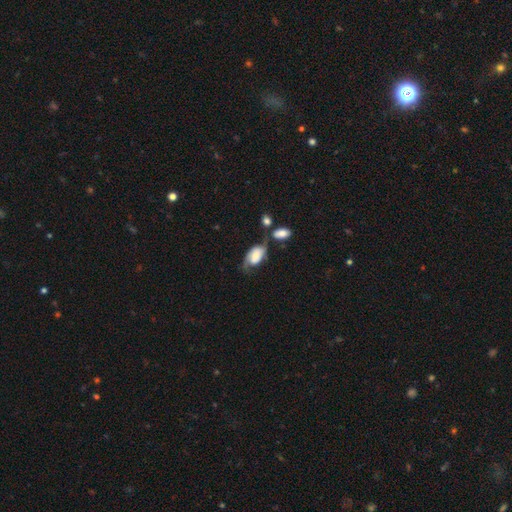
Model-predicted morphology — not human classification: smooth_or_featured: featured or disk (p=0.47) [alt: smooth p=0.46]
merging: none (p=0.38) [alt: minor disturbance p=0.26]